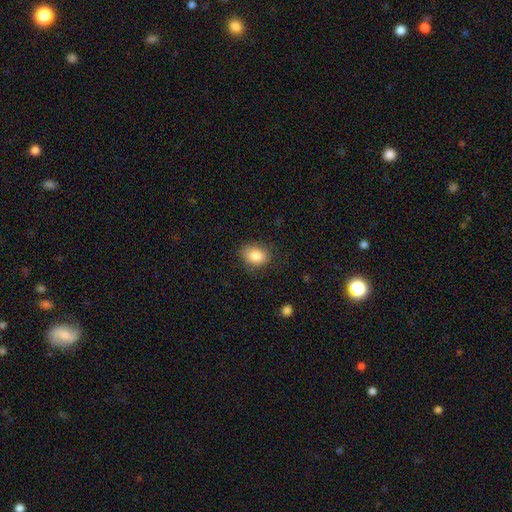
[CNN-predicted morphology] Smooth or featured?
  - smooth: 84% *
  - star or artifact: 9%
  - featured or disk: 7%
How rounded?
  - in between: 61% *
  - round: 38%
  - cigar-shaped: 1%
Merging?
  - none: 82% *
  - minor disturbance: 14%
  - major disturbance: 4%
  - merger: 1%